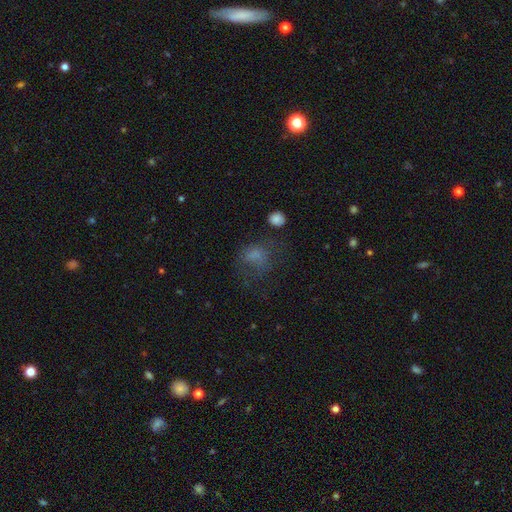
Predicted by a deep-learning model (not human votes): smooth_or_featured: smooth (p=0.63) [alt: featured or disk p=0.19]
how_rounded: round (p=0.52) [alt: in between p=0.46]
merging: none (p=0.42) [alt: major disturbance p=0.32]